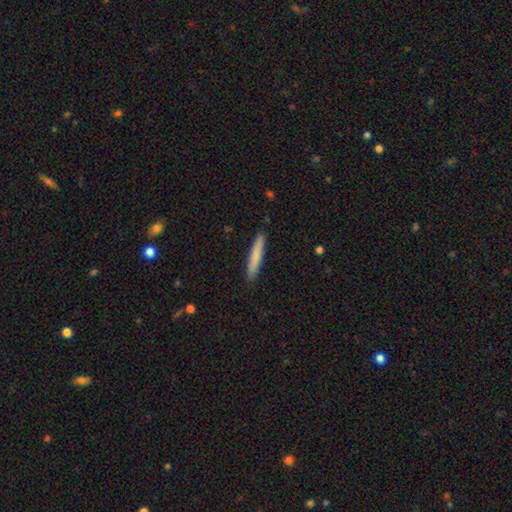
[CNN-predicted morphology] Q: Smooth or featured?
A: smooth (77%); runner-up: featured or disk (18%)
Q: How rounded?
A: cigar-shaped (94%); runner-up: in between (5%)
Q: Merging?
A: none (90%); runner-up: minor disturbance (7%)